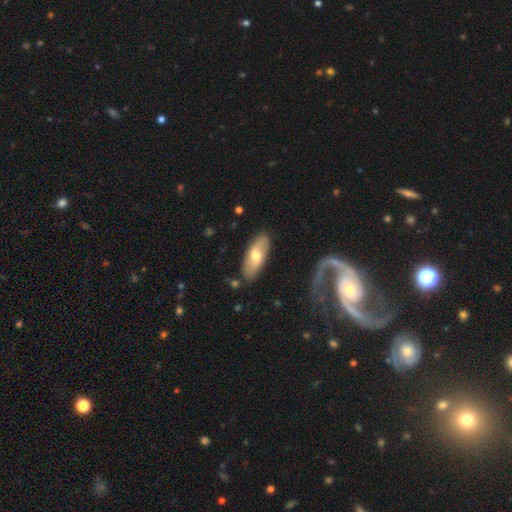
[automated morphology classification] A smooth galaxy with no disk features (62%) that is in between round and cigar-shaped (80%).

Vote fractions:
- Smooth or featured? smooth: 62% / featured or disk: 33% / star or artifact: 5%
- How rounded? in between: 80% / cigar-shaped: 17% / round: 2%
- Merging? none: 83% / minor disturbance: 12% / major disturbance: 3% / merger: 3%